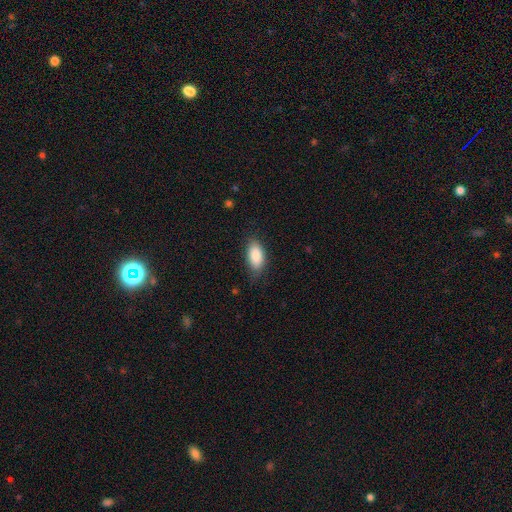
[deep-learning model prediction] smooth 86%, featured or disk 7%, star or artifact 6%. Down the decision tree: how rounded — in between (91%); merging — none (76%).